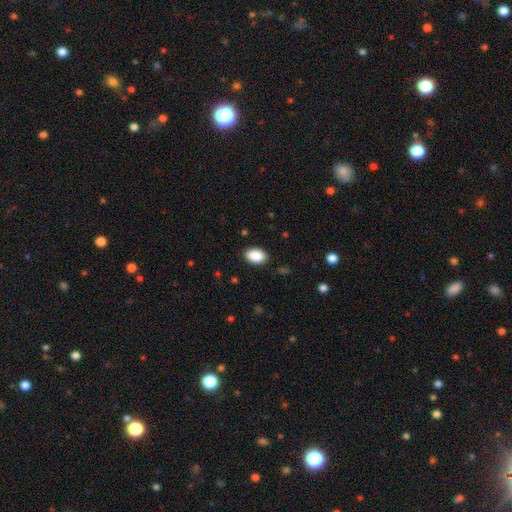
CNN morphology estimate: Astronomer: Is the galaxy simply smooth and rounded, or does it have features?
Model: smooth — 90%.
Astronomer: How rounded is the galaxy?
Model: in between — 88%.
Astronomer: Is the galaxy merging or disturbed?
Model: none — 88%.